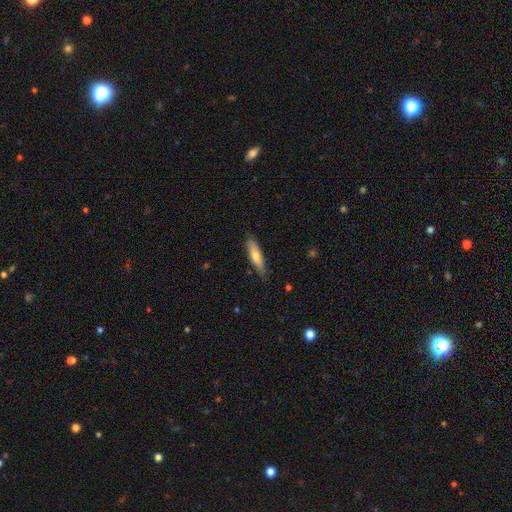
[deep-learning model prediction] A smooth galaxy with no disk features (61%) that is cigar-shaped (76%). Merging: none (81%).